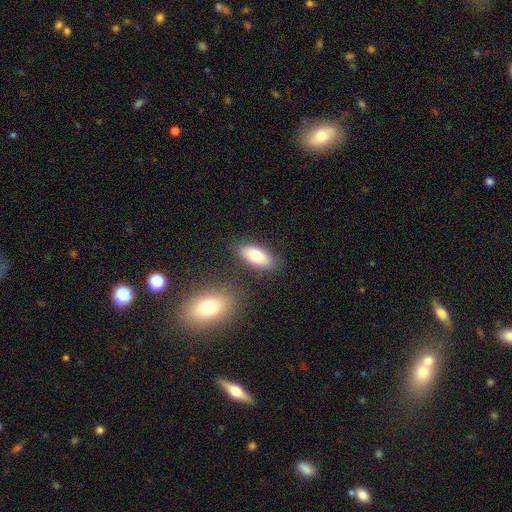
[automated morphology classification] smooth-or-featured: smooth: 80% | featured or disk: 13% | star or artifact: 7%
  how-rounded: in between: 85% | cigar-shaped: 12% | round: 3%
  merging: none: 82% | minor disturbance: 11% | merger: 4% | major disturbance: 3%